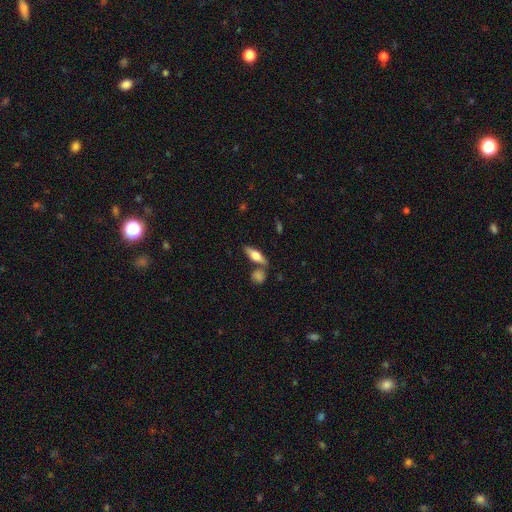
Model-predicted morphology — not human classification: smooth-or-featured: smooth: 49% | featured or disk: 45% | star or artifact: 7%
  merging: none: 72% | merger: 12% | minor disturbance: 12% | major disturbance: 4%